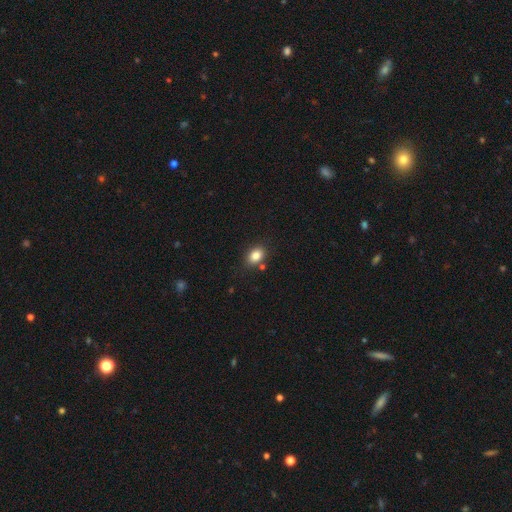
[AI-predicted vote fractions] Overall: smooth (84%). How rounded: in between (72%). Merging: none (80%).